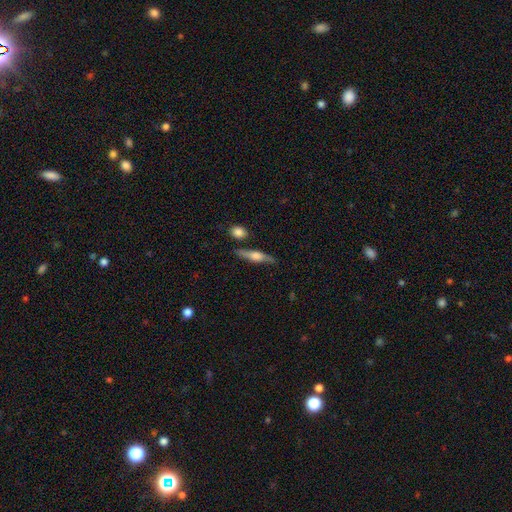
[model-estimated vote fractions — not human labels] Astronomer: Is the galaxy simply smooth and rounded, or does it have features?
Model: featured or disk — 58% (runner-up: smooth, 35%).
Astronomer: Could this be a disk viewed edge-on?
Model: yes — 93%.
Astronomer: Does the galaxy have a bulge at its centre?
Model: rounded — 83%.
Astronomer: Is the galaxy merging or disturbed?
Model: none — 78%.